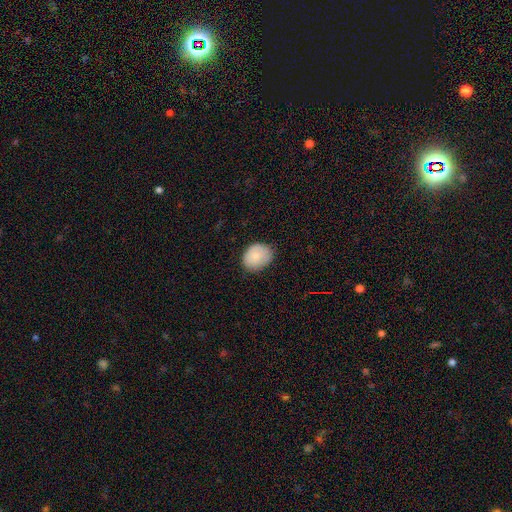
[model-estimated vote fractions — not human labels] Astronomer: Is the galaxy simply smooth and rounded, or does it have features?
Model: smooth — 80%.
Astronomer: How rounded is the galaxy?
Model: in between — 55% (runner-up: round, 44%).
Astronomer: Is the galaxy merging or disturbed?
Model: none — 73%.